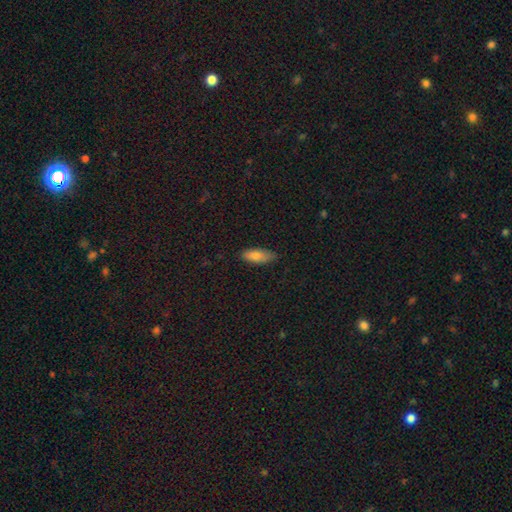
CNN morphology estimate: Q: Smooth or featured?
A: smooth (79%); runner-up: featured or disk (13%)
Q: How rounded?
A: in between (66%); runner-up: cigar-shaped (32%)
Q: Merging?
A: none (82%); runner-up: minor disturbance (15%)